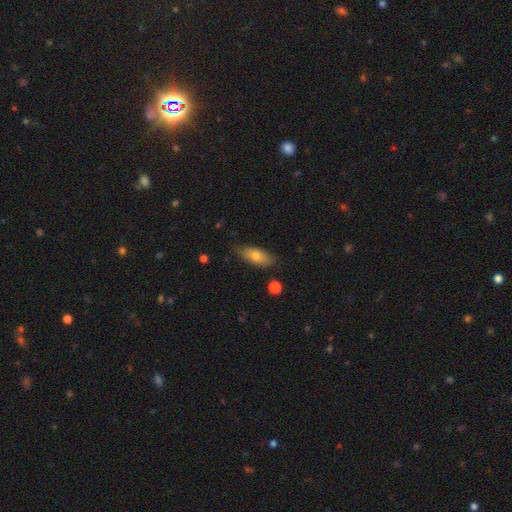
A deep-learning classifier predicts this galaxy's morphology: Q: Smooth or featured?
A: smooth (73%); runner-up: featured or disk (20%)
Q: How rounded?
A: in between (80%); runner-up: cigar-shaped (17%)
Q: Merging?
A: none (80%); runner-up: minor disturbance (16%)